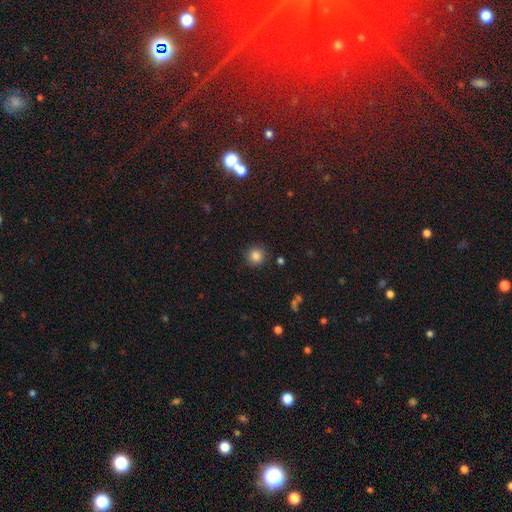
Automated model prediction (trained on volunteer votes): Overall: smooth (84%). How rounded: round (93%). Merging: none (88%).